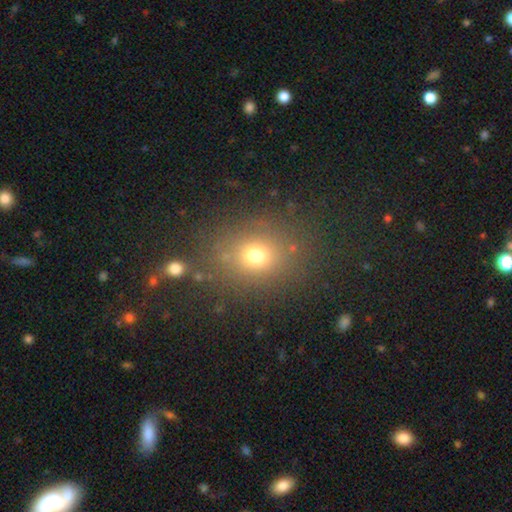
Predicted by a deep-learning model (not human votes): smooth_or_featured: smooth (p=0.70) [alt: star or artifact p=0.20]
how_rounded: round (p=0.64) [alt: in between p=0.34]
merging: none (p=0.78) [alt: minor disturbance p=0.12]